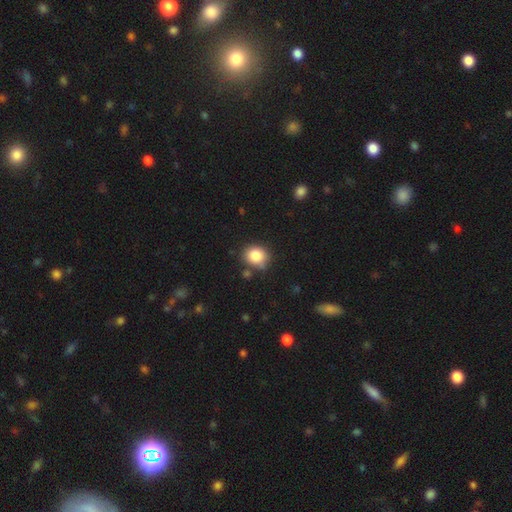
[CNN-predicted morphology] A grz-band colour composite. It shows a smooth galaxy with no disk features (83%) that is round (74%). Merging: none (76%).